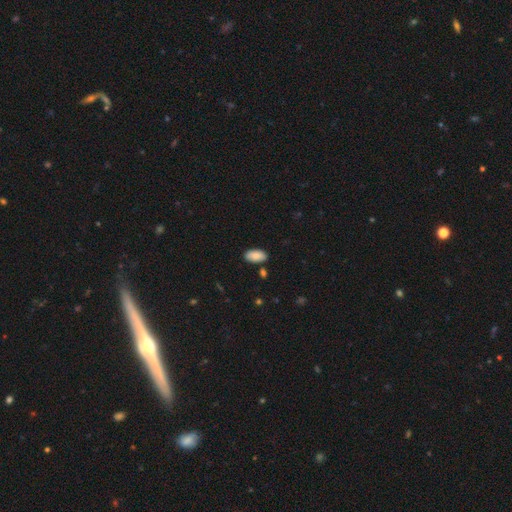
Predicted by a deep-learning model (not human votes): smooth-or-featured: smooth: 86% | featured or disk: 7% | star or artifact: 7%
  how-rounded: in between: 94% | cigar-shaped: 3% | round: 2%
  merging: none: 83% | minor disturbance: 11% | merger: 3% | major disturbance: 2%